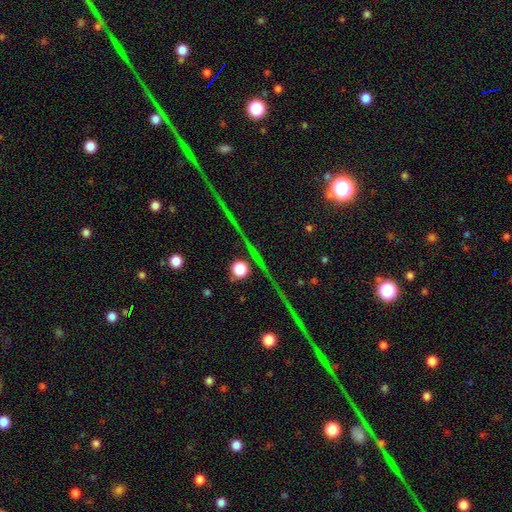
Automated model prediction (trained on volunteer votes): star or artifact 72%, featured or disk 16%, smooth 13%.